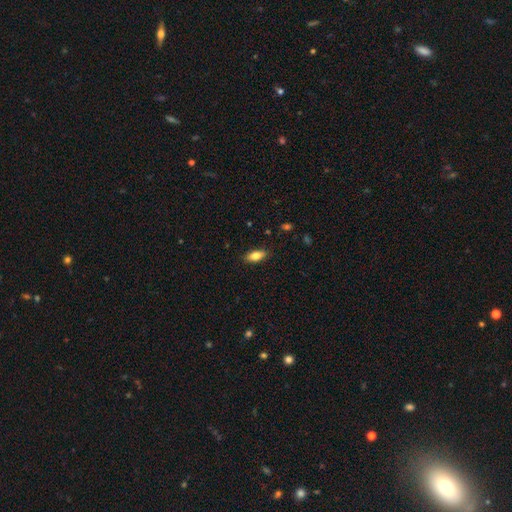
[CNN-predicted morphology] Smooth or featured?
  - smooth: 80% *
  - featured or disk: 13%
  - star or artifact: 7%
How rounded?
  - in between: 84% *
  - cigar-shaped: 14%
  - round: 3%
Merging?
  - none: 87% *
  - minor disturbance: 10%
  - major disturbance: 2%
  - merger: 1%